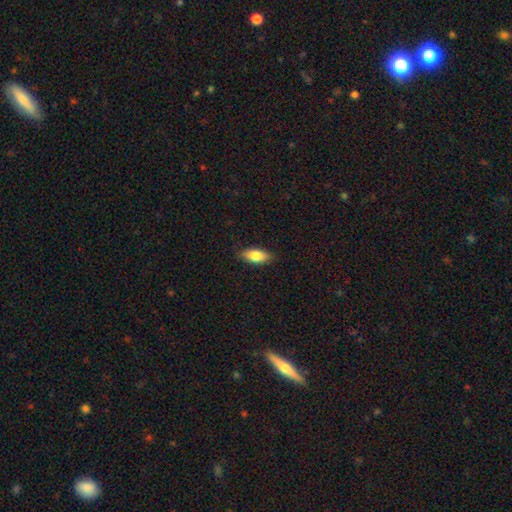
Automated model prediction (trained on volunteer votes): smooth 82%, featured or disk 11%, star or artifact 7%. Down the decision tree: how rounded — in between (87%); merging — none (87%).